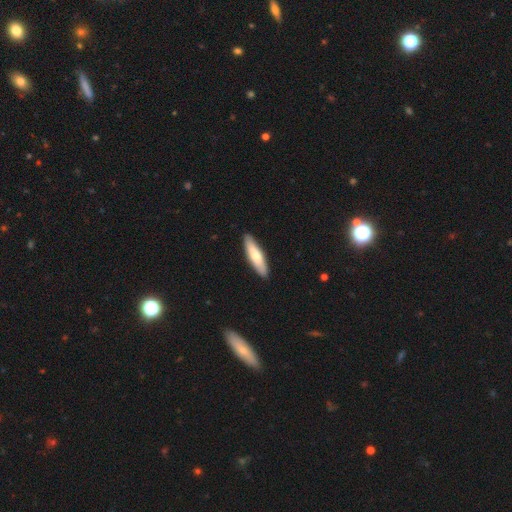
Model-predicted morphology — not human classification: Smooth or featured? smooth (73%)
How rounded? cigar-shaped (73%)
Merging? none (90%)